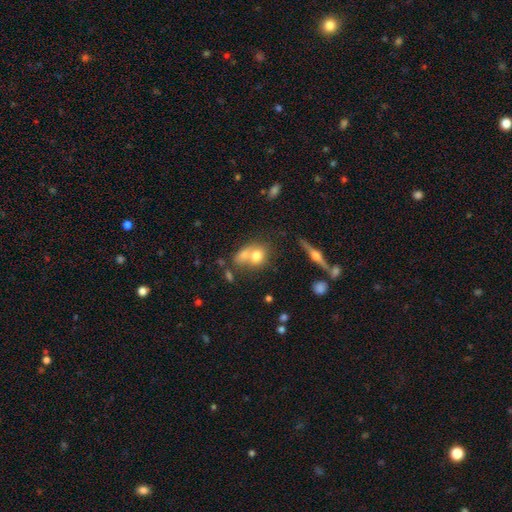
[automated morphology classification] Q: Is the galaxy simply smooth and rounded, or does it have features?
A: smooth — 68%.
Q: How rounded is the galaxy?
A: round — 52%.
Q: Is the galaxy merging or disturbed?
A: merger — 51%.